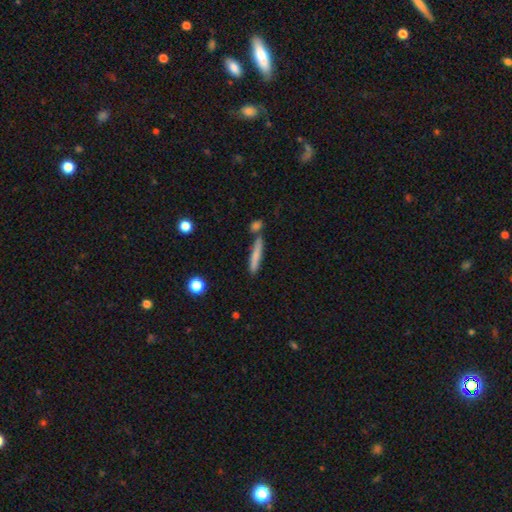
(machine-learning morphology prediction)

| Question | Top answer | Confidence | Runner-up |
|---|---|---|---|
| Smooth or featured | smooth | 71% | featured or disk (22%) |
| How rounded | cigar-shaped | 92% | in between (6%) |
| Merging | none | 73% | merger (13%) |